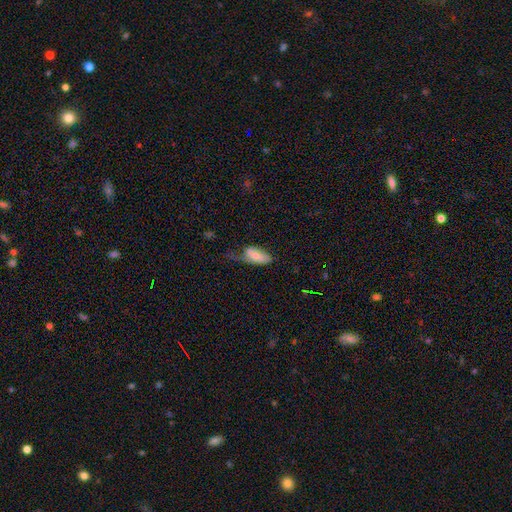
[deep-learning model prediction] This appears to be a smooth galaxy with no disk features (65%) that is in between round and cigar-shaped (91%). Merging: major disturbance (36%).